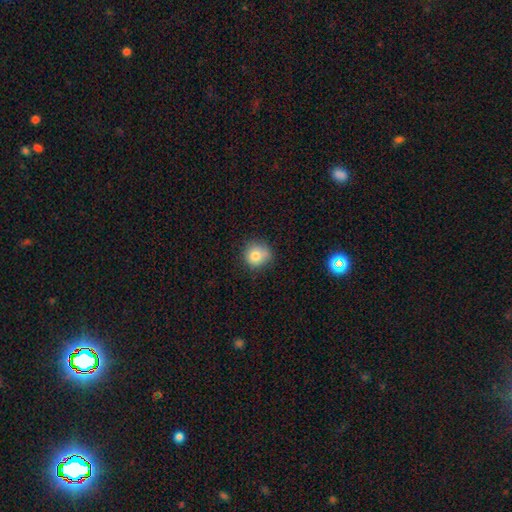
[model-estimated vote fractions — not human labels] Smooth or featured? Predicted: smooth (p=0.80). How rounded? Predicted: round (p=0.87). Merging? Predicted: none (p=0.71).